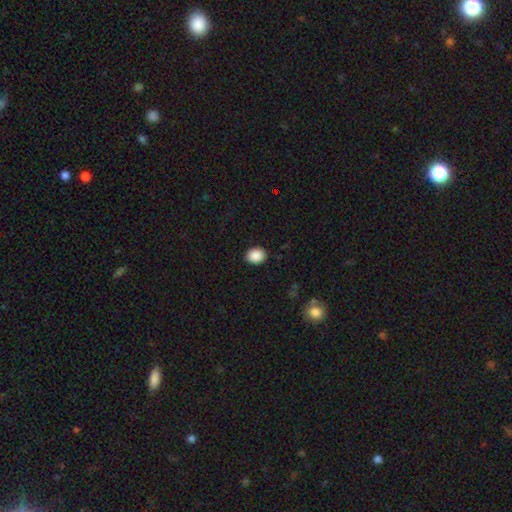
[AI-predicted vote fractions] The model was most divided on "how rounded": in between: 55%, round: 44%, cigar-shaped: 1%. More confident: merging — none (90%); smooth or featured — smooth (89%).